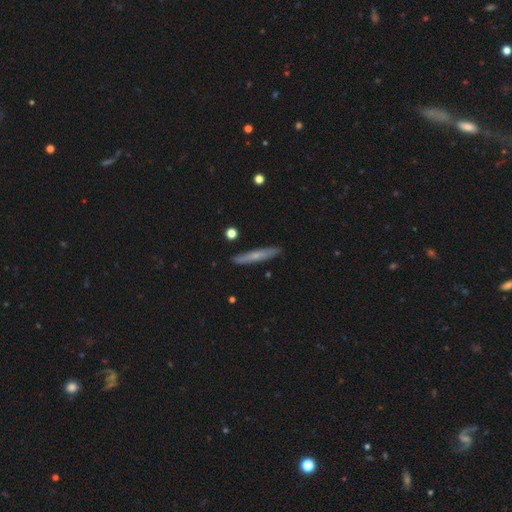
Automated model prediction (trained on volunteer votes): smooth-or-featured: smooth: 53% | featured or disk: 41% | star or artifact: 6%
  how-rounded: cigar-shaped: 94% | in between: 5% | round: 2%
  merging: none: 88% | minor disturbance: 9% | merger: 2% | major disturbance: 2%